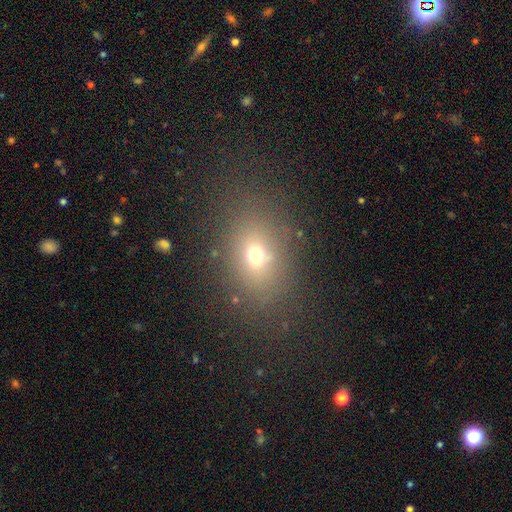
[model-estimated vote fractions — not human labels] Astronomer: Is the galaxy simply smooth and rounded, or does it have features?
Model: smooth — 65%.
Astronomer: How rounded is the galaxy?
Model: in between — 60% (runner-up: round, 39%).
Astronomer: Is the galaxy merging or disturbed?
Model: none — 75%.